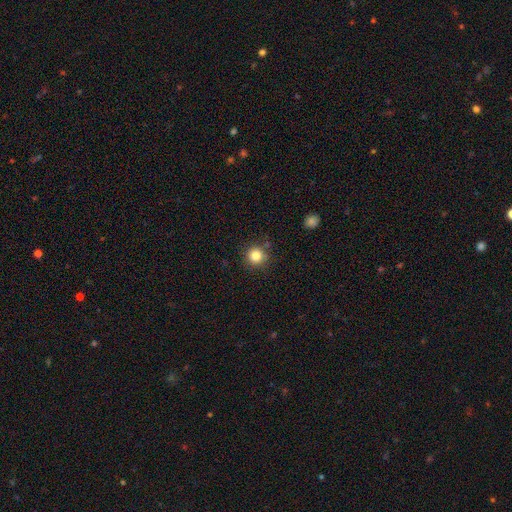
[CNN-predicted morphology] Smooth or featured? smooth (83%)
How rounded? round (94%)
Merging? none (86%)